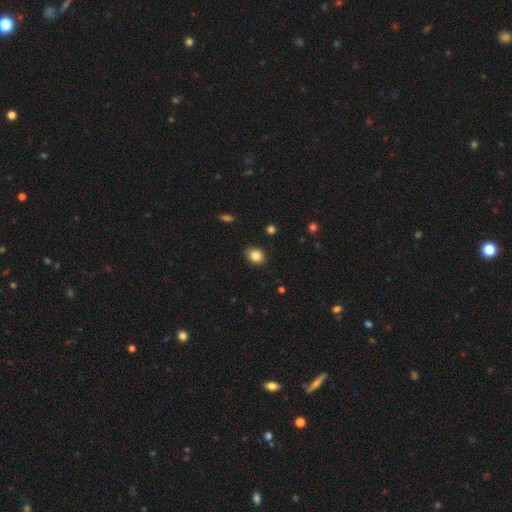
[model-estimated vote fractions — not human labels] smooth 85%, star or artifact 10%, featured or disk 5%. Down the decision tree: how rounded — round (64%); merging — none (88%).